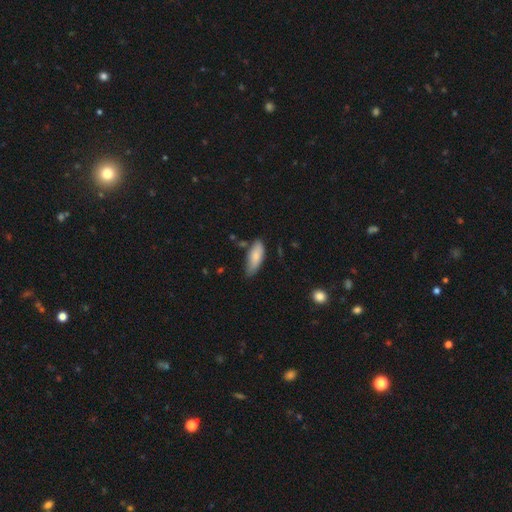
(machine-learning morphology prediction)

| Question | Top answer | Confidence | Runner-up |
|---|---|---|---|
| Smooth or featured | smooth | 81% | featured or disk (13%) |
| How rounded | in between | 75% | cigar-shaped (23%) |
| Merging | none | 67% | minor disturbance (26%) |